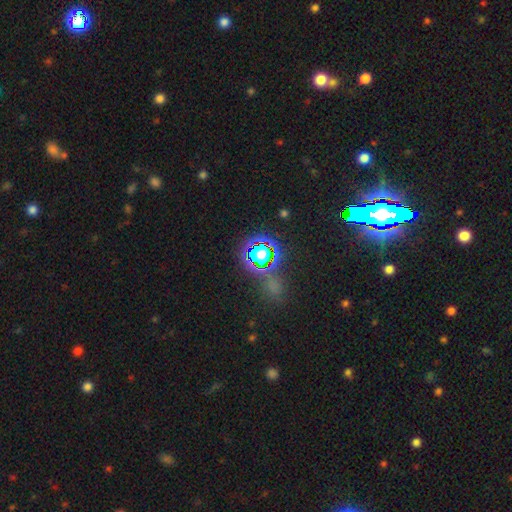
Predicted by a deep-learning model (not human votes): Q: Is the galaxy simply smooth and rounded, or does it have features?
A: star or artifact — 64%.